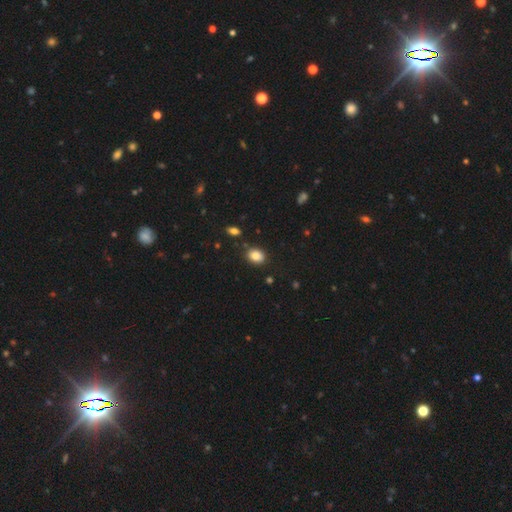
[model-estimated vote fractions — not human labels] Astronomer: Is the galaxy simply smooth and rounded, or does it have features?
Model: smooth — 86%.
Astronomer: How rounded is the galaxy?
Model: in between — 63%.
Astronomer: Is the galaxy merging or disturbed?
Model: none — 83%.